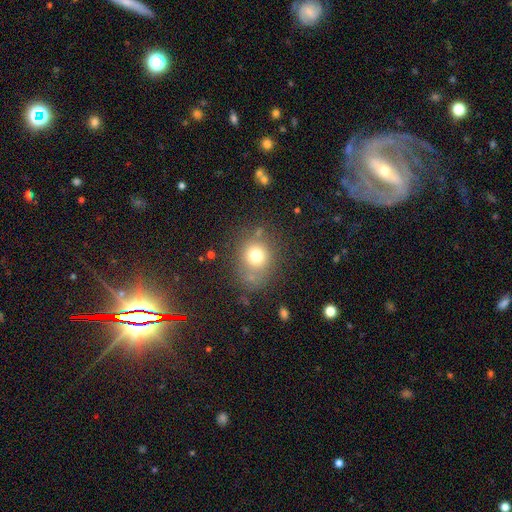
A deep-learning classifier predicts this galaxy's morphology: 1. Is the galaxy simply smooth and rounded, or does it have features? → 73% smooth, 15% star or artifact, 12% featured or disk.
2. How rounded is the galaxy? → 76% round, 23% in between, 1% cigar-shaped.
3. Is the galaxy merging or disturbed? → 70% none, 16% minor disturbance, 8% major disturbance, 7% merger.